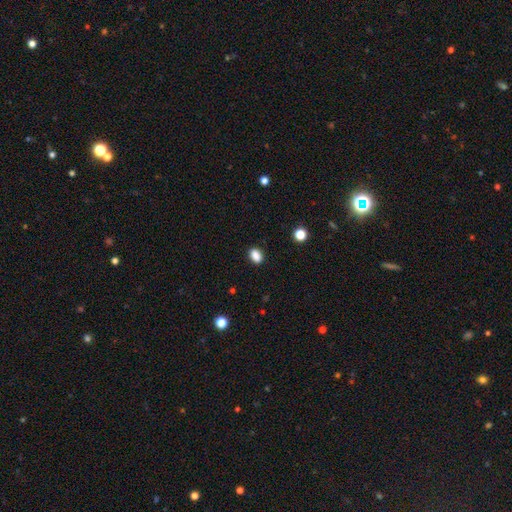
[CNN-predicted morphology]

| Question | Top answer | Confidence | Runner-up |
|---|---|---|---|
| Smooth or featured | smooth | 87% | star or artifact (10%) |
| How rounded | in between | 75% | round (23%) |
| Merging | none | 87% | minor disturbance (9%) |